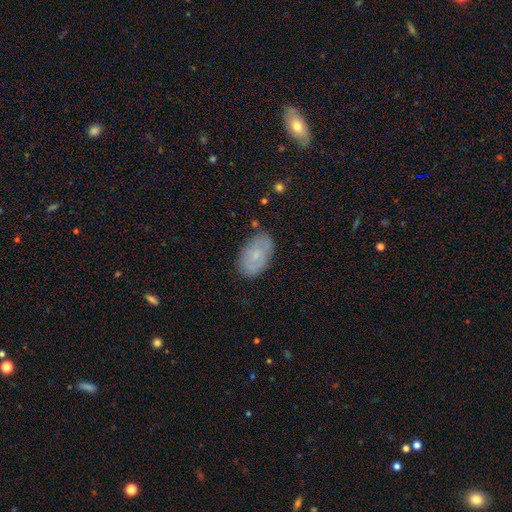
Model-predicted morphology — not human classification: A smooth galaxy with no disk features (56%) that is in between round and cigar-shaped (91%).

Vote fractions:
- Smooth or featured? smooth: 56% / featured or disk: 36% / star or artifact: 8%
- How rounded? in between: 91% / round: 7% / cigar-shaped: 2%
- Merging? none: 77% / minor disturbance: 18% / major disturbance: 4% / merger: 2%